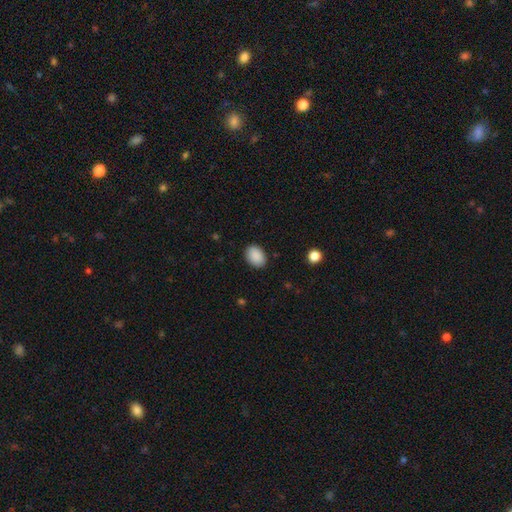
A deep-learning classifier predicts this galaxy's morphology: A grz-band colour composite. It shows a smooth galaxy with no disk features (90%) that is in between round and cigar-shaped (77%). Merging: none (87%).